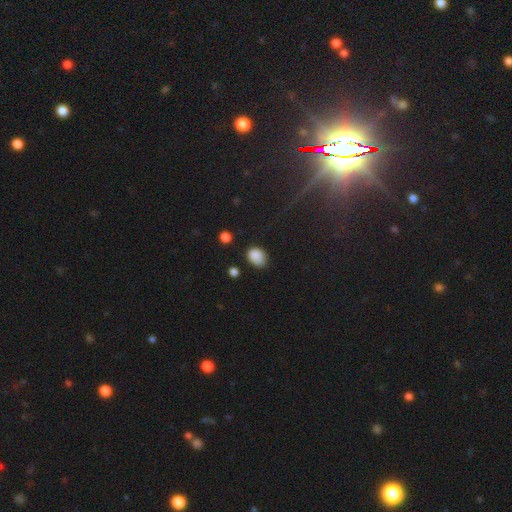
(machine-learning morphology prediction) smooth 85%, star or artifact 10%, featured or disk 4%. Down the decision tree: how rounded — in between (67%); merging — none (63%).